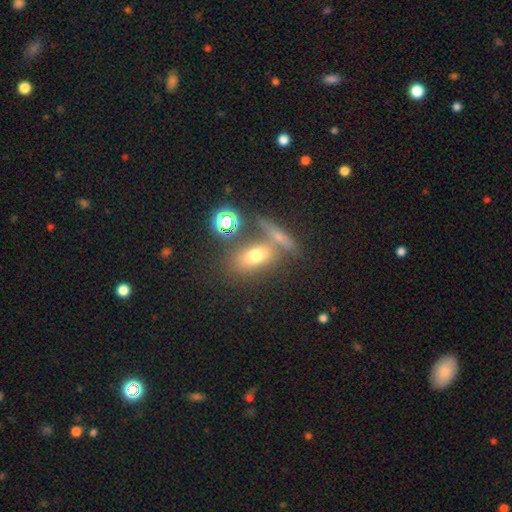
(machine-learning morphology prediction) This appears to be a smooth galaxy with no disk features (63%) that is in between round and cigar-shaped (70%). Merging: none (51%).